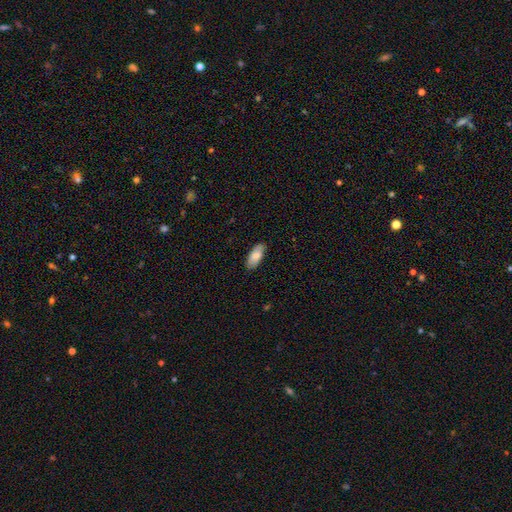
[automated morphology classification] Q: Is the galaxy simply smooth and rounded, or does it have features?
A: smooth — 81%.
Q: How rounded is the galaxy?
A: in between — 84%.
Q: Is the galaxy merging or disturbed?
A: none — 83%.